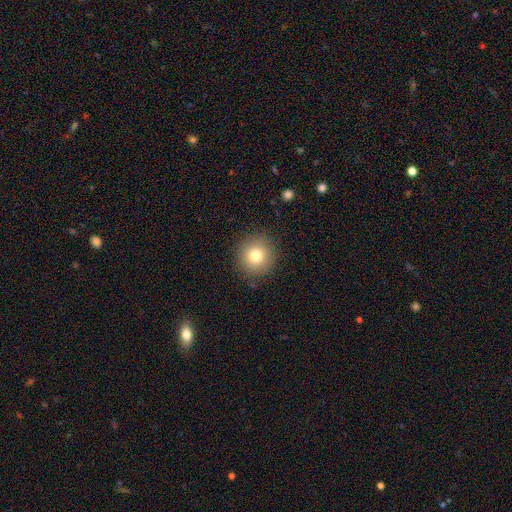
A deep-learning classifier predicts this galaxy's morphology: Smooth or featured: smooth — 77% (star or artifact — 12%)
How rounded: round — 94% (in between — 5%)
Merging: none — 89% (minor disturbance — 7%)